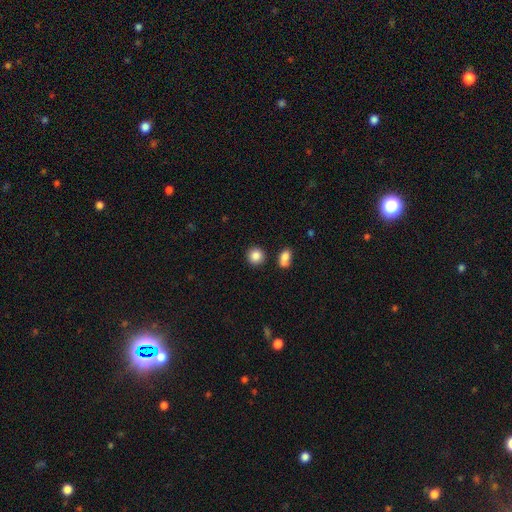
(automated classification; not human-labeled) Smooth or featured? smooth (86%)
How rounded? round (89%)
Merging? none (84%)